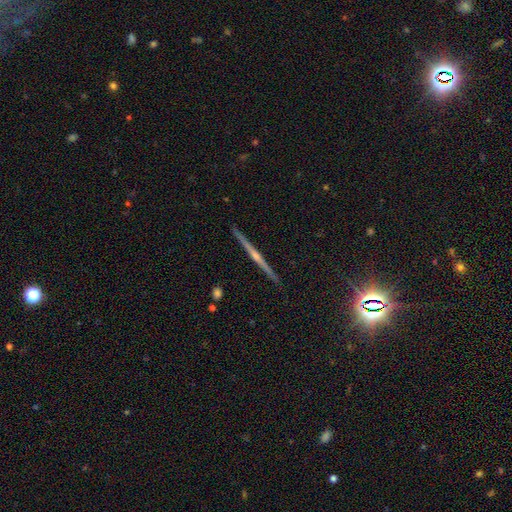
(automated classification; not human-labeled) smooth-or-featured: featured or disk: 79% | smooth: 13% | star or artifact: 9%
  disk-edge-on: yes: 99% | no: 1%
    edge-on-bulge: rounded: 73% | none: 20% | boxy: 7%
  merging: none: 92% | minor disturbance: 5% | major disturbance: 1% | merger: 1%